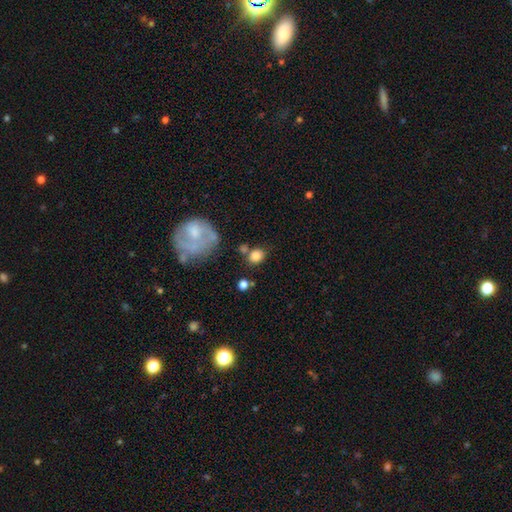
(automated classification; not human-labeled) A smooth galaxy with no disk features (82%) that is round (63%).

Vote fractions:
- Smooth or featured? smooth: 82% / featured or disk: 9% / star or artifact: 9%
- How rounded? round: 63% / in between: 36% / cigar-shaped: 1%
- Merging? none: 67% / minor disturbance: 14% / merger: 13% / major disturbance: 6%